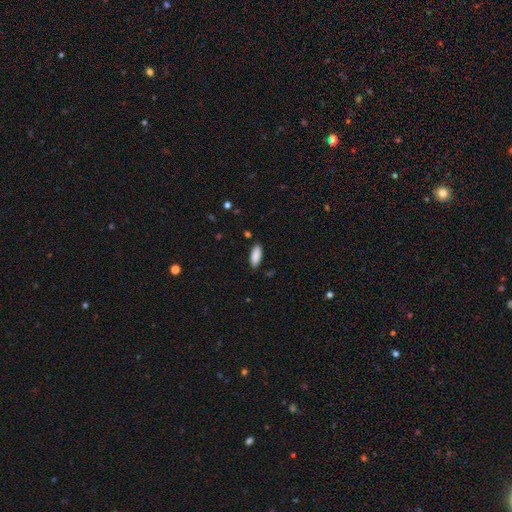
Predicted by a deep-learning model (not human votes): Q: Smooth or featured?
A: smooth (89%); runner-up: star or artifact (6%)
Q: How rounded?
A: in between (77%); runner-up: cigar-shaped (22%)
Q: Merging?
A: none (86%); runner-up: minor disturbance (11%)